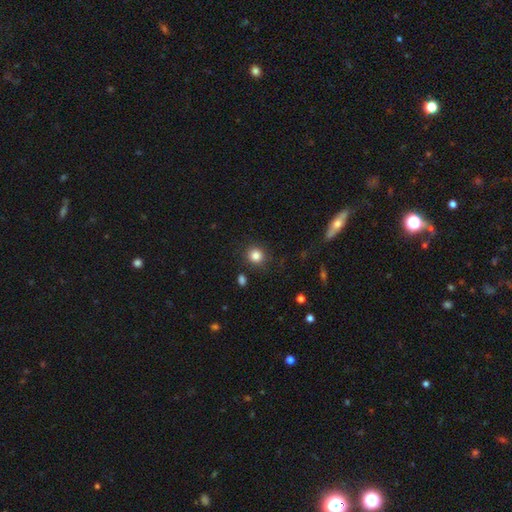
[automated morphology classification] smooth-or-featured: smooth: 84% | star or artifact: 12% | featured or disk: 5%
  how-rounded: round: 89% | in between: 10% | cigar-shaped: 1%
  merging: none: 88% | minor disturbance: 8% | major disturbance: 3% | merger: 2%